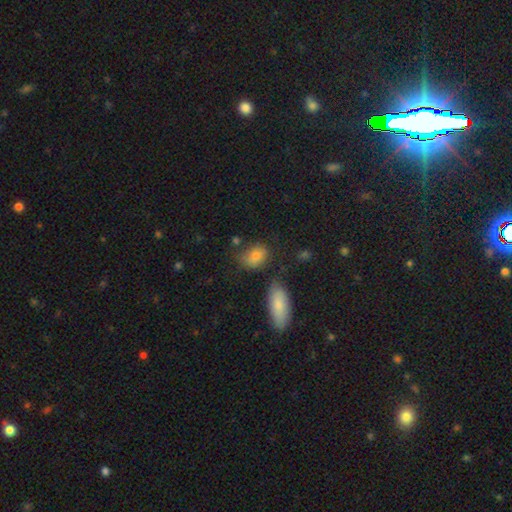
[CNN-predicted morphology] smooth_or_featured: smooth (p=0.81) [alt: star or artifact p=0.10]
how_rounded: in between (p=0.78) [alt: round p=0.19]
merging: none (p=0.59) [alt: minor disturbance p=0.24]